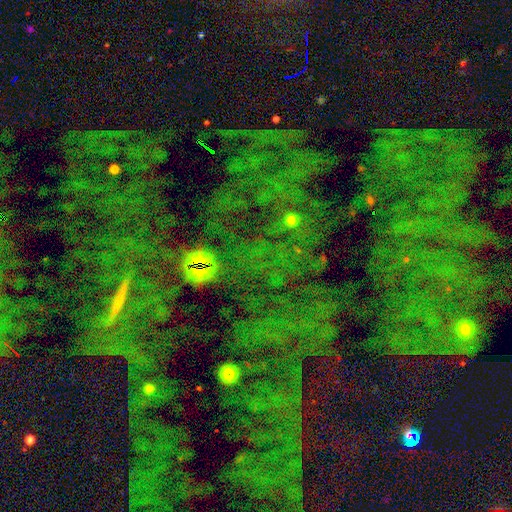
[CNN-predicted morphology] The model was most divided on "smooth or featured": star or artifact: 80%, smooth: 11%, featured or disk: 9%.